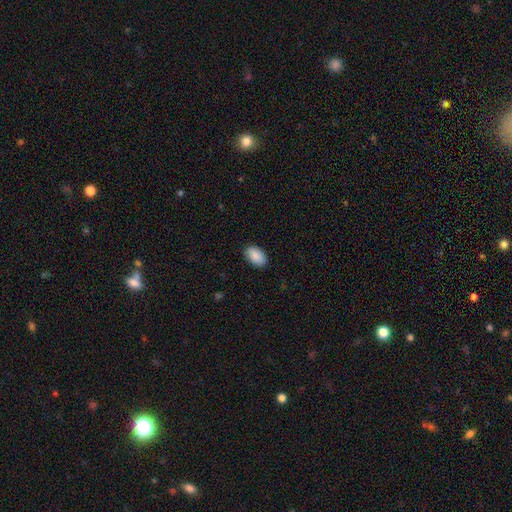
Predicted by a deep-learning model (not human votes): Smooth or featured? Predicted: smooth (p=0.90). How rounded? Predicted: in between (p=0.93). Merging? Predicted: none (p=0.88).